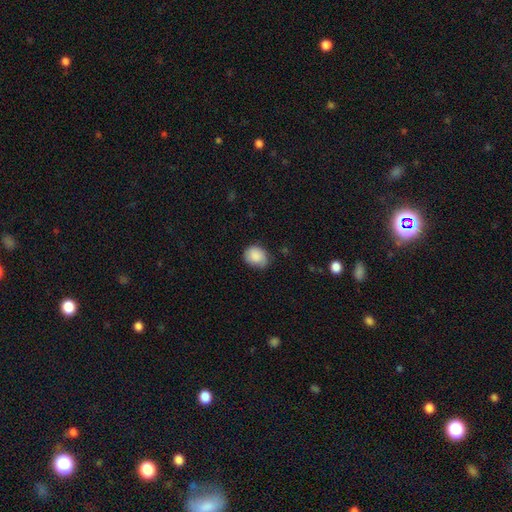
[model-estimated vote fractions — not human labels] Smooth or featured? smooth (84%)
How rounded? round (55%)
Merging? none (66%)